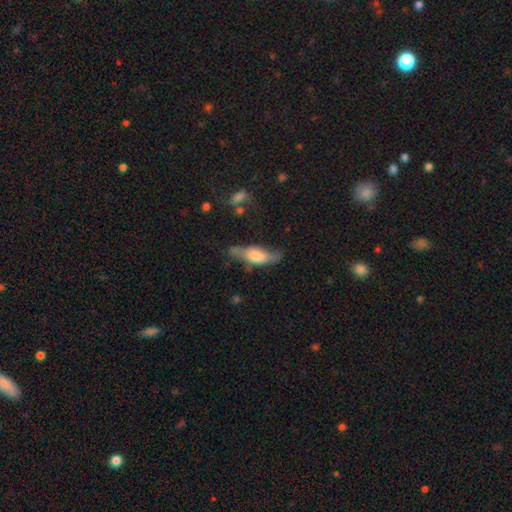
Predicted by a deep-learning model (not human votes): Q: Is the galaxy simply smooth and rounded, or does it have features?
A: smooth — 54%.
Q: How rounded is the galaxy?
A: in between — 55%.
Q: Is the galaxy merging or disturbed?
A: none — 54%.